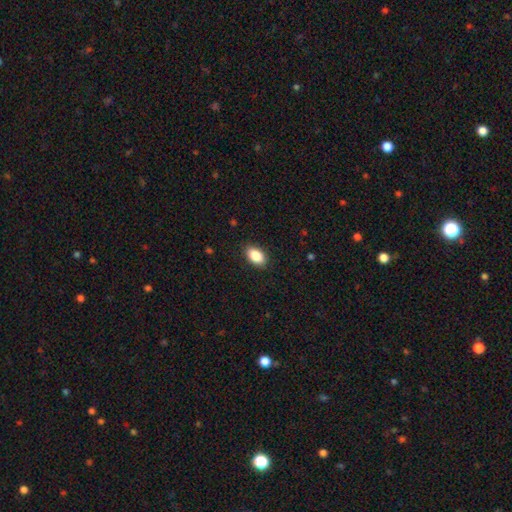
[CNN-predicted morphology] Q: Smooth or featured?
A: smooth (87%); runner-up: star or artifact (7%)
Q: How rounded?
A: in between (91%); runner-up: round (7%)
Q: Merging?
A: none (88%); runner-up: minor disturbance (9%)